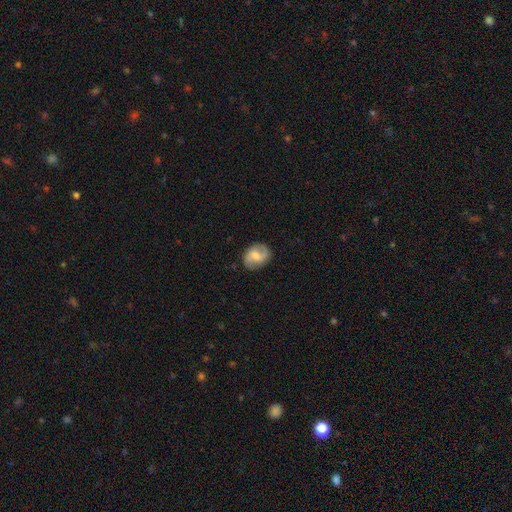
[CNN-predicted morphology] The model was most divided on "spiral winding": medium: 45%, loose: 35%, tight: 19%. More confident: edge-on disk — no (98%); spiral arms — yes (92%); spiral arm count — 2 (90%); merging — none (83%); smooth or featured — featured or disk (70%); bulge size — moderate (56%); bar — weak (53%).